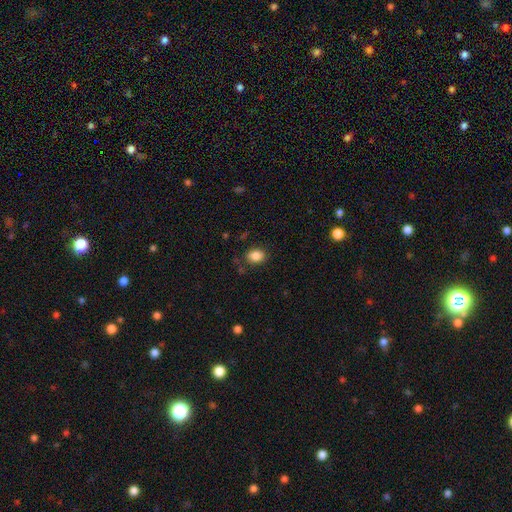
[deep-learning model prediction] A smooth galaxy with no disk features (86%) that is in between round and cigar-shaped (65%).

Vote fractions:
- Smooth or featured? smooth: 86% / star or artifact: 9% / featured or disk: 5%
- How rounded? in between: 65% / round: 34% / cigar-shaped: 1%
- Merging? none: 82% / minor disturbance: 12% / major disturbance: 4% / merger: 2%